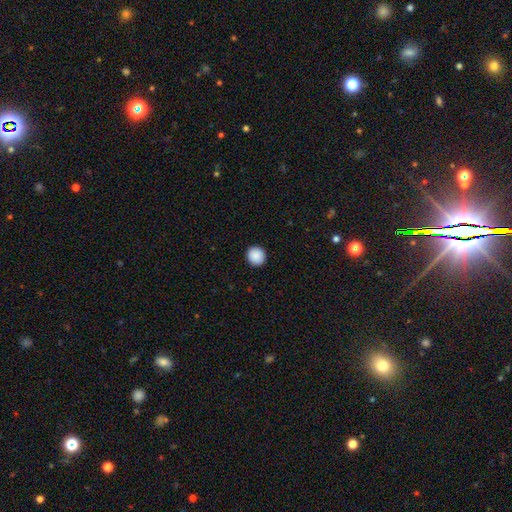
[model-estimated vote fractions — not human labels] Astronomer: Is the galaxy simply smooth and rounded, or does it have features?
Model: smooth — 90%.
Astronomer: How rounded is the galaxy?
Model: round — 94%.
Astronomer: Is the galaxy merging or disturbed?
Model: none — 93%.